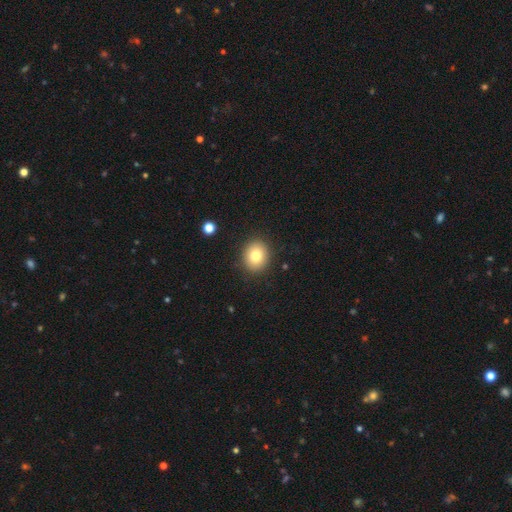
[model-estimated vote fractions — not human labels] Smooth or featured?
  - smooth: 80% *
  - star or artifact: 10%
  - featured or disk: 10%
How rounded?
  - round: 69% *
  - in between: 30%
  - cigar-shaped: 1%
Merging?
  - none: 89% *
  - minor disturbance: 8%
  - major disturbance: 2%
  - merger: 1%